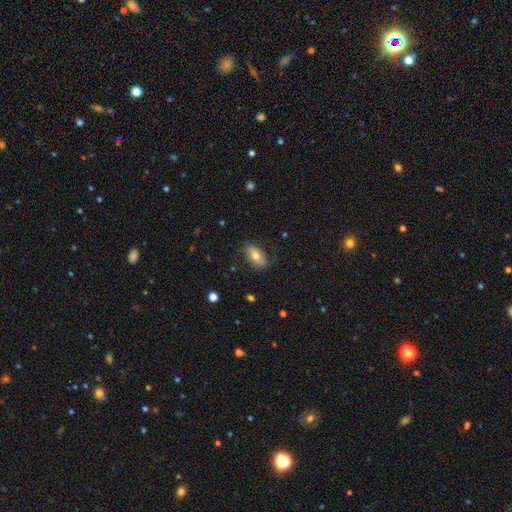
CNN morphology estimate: A smooth galaxy with no disk features (60%) that is in between round and cigar-shaped (90%). Merging: none (74%).